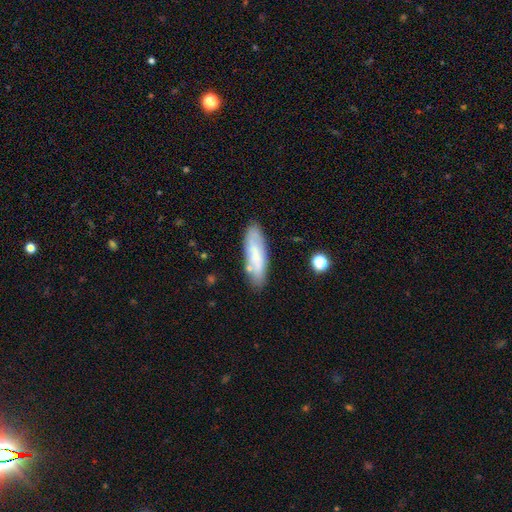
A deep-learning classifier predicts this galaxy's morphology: smooth-or-featured: smooth: 67% | featured or disk: 26% | star or artifact: 7%
  how-rounded: cigar-shaped: 52% | in between: 47% | round: 2%
  merging: none: 79% | minor disturbance: 14% | merger: 4% | major disturbance: 3%